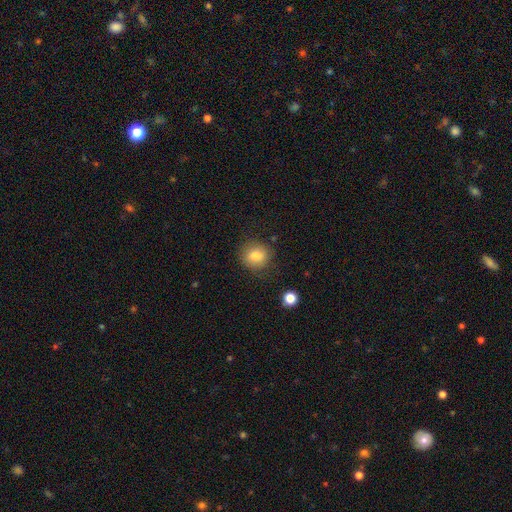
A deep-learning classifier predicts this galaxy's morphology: This is clearly a smooth galaxy (83%). How rounded: likely round (73%). Merging: clearly none (82%).